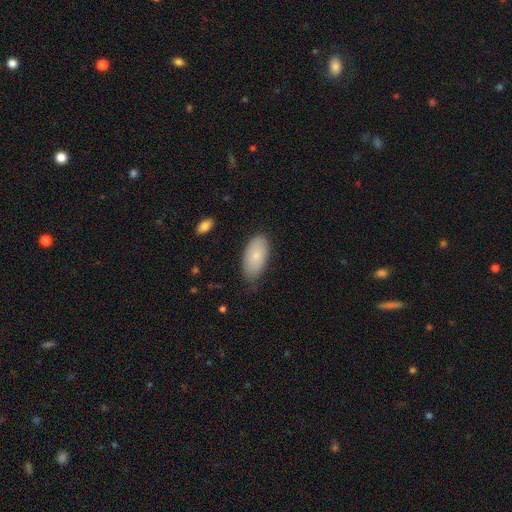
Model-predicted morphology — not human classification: Smooth or featured? Predicted: smooth (p=0.80). How rounded? Predicted: in between (p=0.94). Merging? Predicted: none (p=0.72).